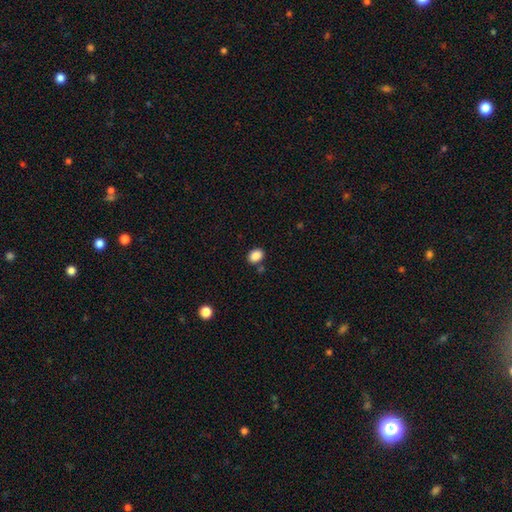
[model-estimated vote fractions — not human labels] smooth_or_featured: smooth (p=0.88) [alt: star or artifact p=0.09]
how_rounded: in between (p=0.63) [alt: round p=0.36]
merging: none (p=0.79) [alt: minor disturbance p=0.11]